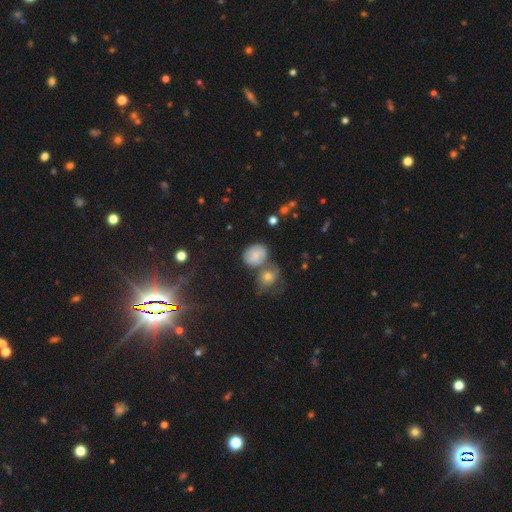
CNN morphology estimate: This is likely a smooth galaxy (67%). How rounded: possibly round (57%). Merging: possibly none (47%).